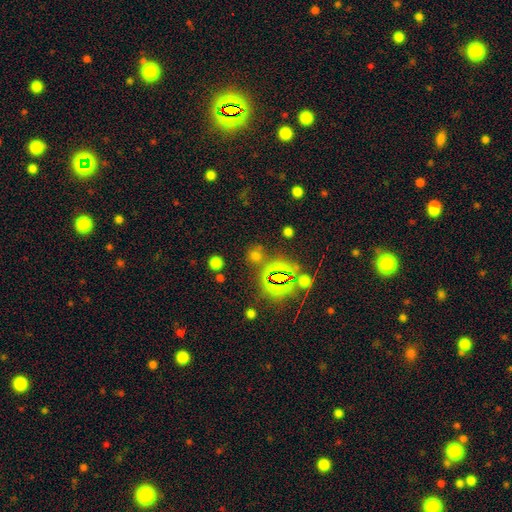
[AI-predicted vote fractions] The model was most divided on "smooth or featured": smooth: 49%, star or artifact: 44%, featured or disk: 7%. More confident: merging — none (75%).